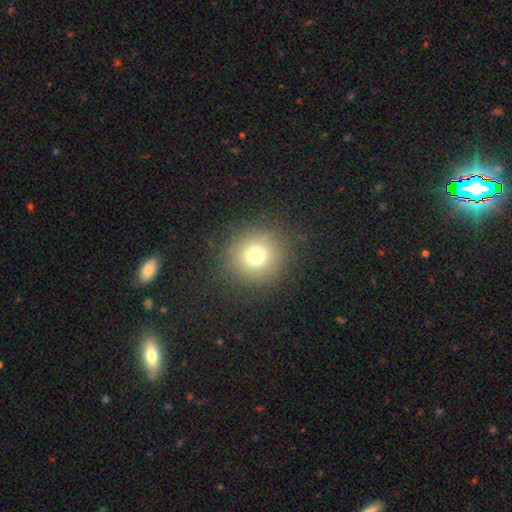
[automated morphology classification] Smooth or featured? smooth (73%)
How rounded? round (92%)
Merging? none (86%)